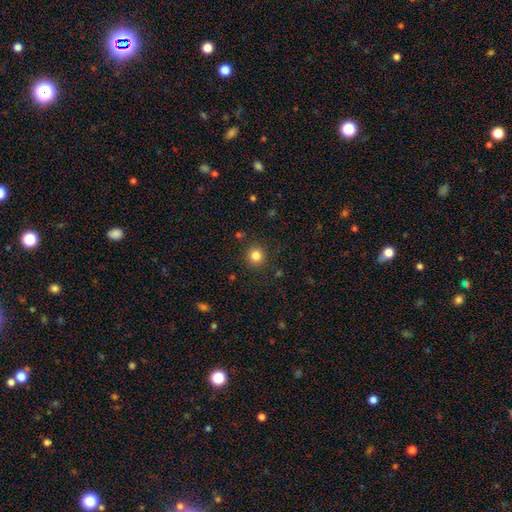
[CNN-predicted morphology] Q: Smooth or featured?
A: smooth (83%); runner-up: star or artifact (12%)
Q: How rounded?
A: round (93%); runner-up: in between (6%)
Q: Merging?
A: none (89%); runner-up: minor disturbance (7%)